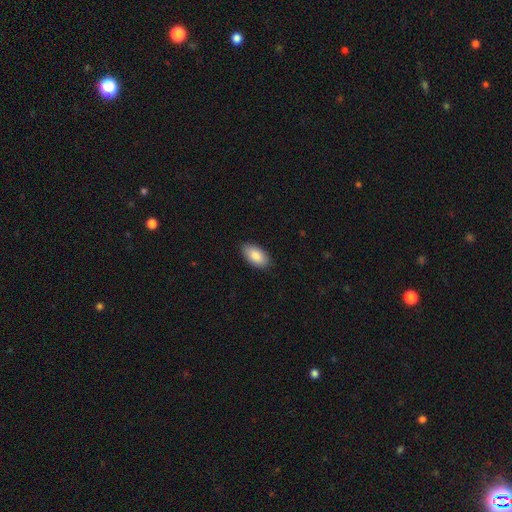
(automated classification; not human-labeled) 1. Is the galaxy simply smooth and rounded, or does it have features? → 87% smooth, 7% featured or disk, 6% star or artifact.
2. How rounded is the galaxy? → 95% in between, 3% round, 2% cigar-shaped.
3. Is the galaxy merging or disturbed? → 88% none, 9% minor disturbance, 2% major disturbance, 1% merger.